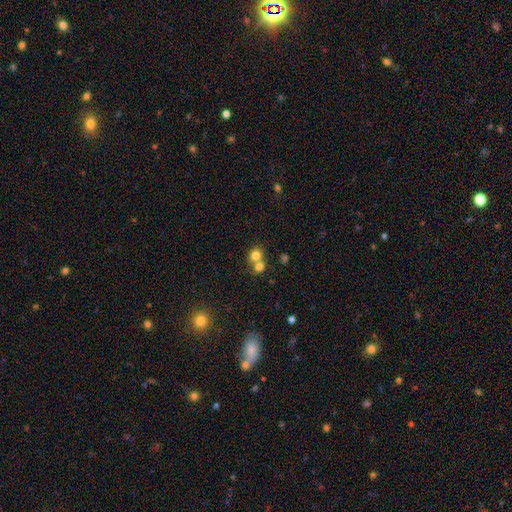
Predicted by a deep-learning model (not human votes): smooth_or_featured: smooth (p=0.77) [alt: star or artifact p=0.12]
how_rounded: round (p=0.79) [alt: in between p=0.20]
merging: merger (p=0.54) [alt: none p=0.38]